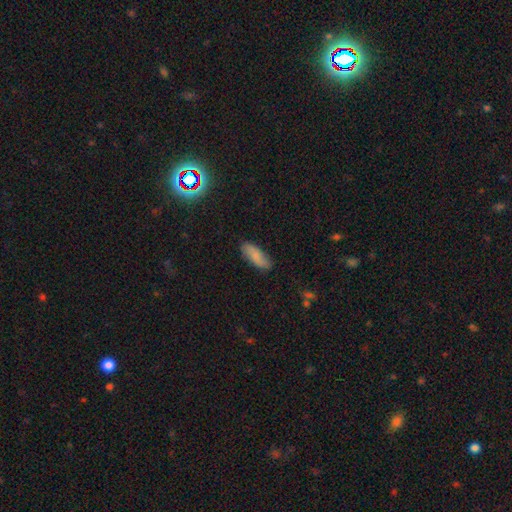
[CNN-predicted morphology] This appears to be a smooth galaxy with no disk features (80%) that is in between round and cigar-shaped (70%). Merging: none (84%).